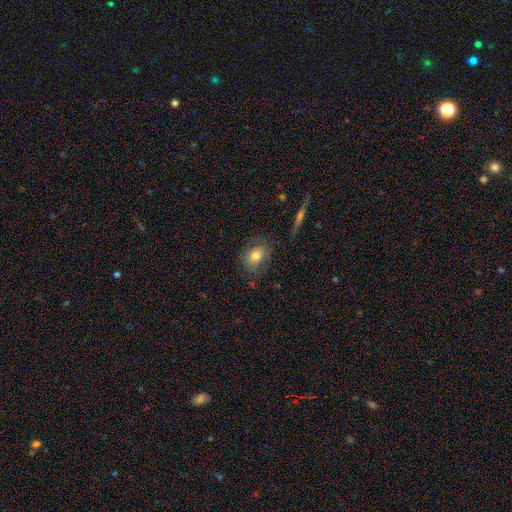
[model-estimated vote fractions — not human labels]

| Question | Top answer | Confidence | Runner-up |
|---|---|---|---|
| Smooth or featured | smooth | 73% | featured or disk (18%) |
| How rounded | in between | 63% | round (35%) |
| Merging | none | 73% | minor disturbance (18%) |